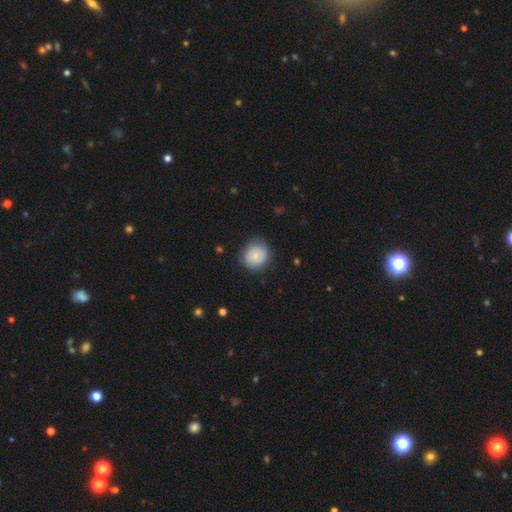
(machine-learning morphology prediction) The model was most divided on "smooth or featured": smooth: 75%, featured or disk: 18%, star or artifact: 7%. More confident: how rounded — round (87%); merging — none (77%).